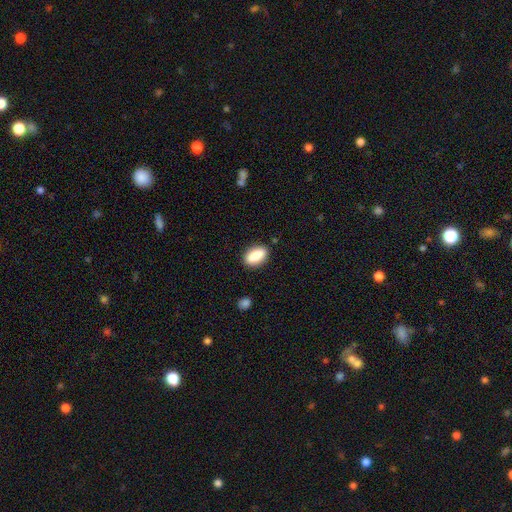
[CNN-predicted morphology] smooth_or_featured: smooth (p=0.88) [alt: star or artifact p=0.07]
how_rounded: in between (p=0.89) [alt: cigar-shaped p=0.06]
merging: none (p=0.86) [alt: minor disturbance p=0.10]